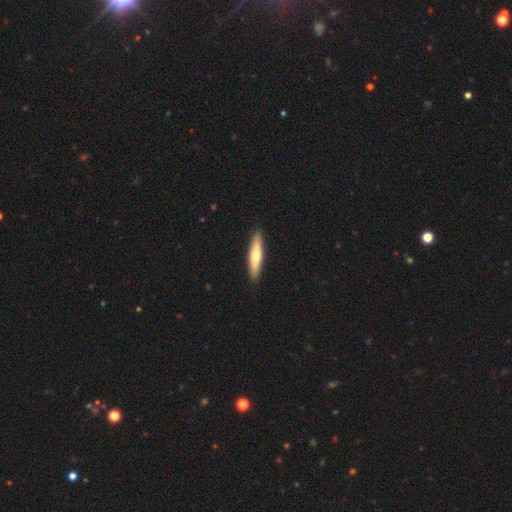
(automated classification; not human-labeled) Q: Smooth or featured?
A: smooth (56%); runner-up: featured or disk (39%)
Q: How rounded?
A: cigar-shaped (84%); runner-up: in between (15%)
Q: Merging?
A: none (91%); runner-up: minor disturbance (7%)